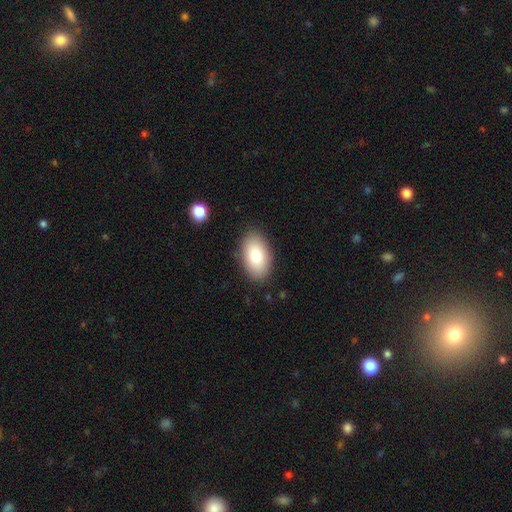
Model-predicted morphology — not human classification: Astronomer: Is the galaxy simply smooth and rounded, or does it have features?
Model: smooth — 79%.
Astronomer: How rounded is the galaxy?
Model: in between — 92%.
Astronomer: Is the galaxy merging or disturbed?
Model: none — 87%.